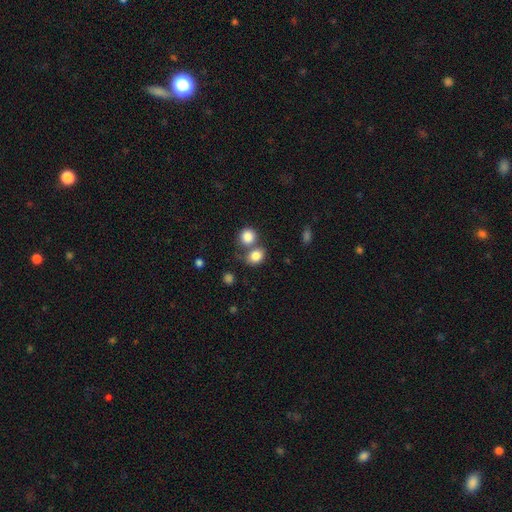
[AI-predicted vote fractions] A smooth galaxy with no disk features (83%) that is round (58%). Merging: none (48%).